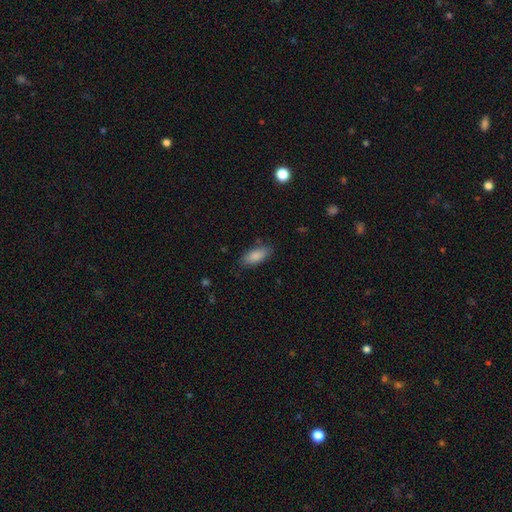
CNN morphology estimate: smooth 87%, featured or disk 6%, star or artifact 6%. Down the decision tree: how rounded — in between (82%); merging — none (83%).